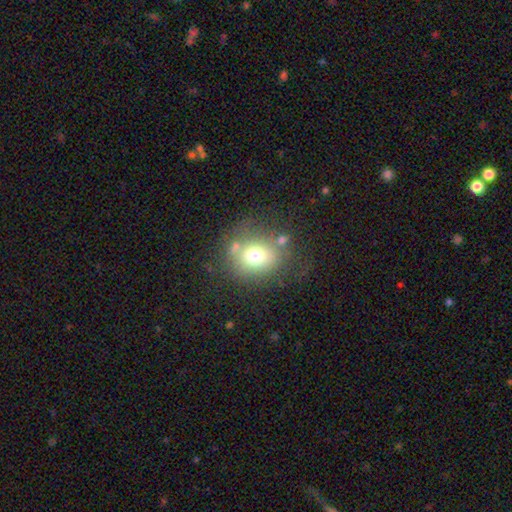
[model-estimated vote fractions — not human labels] Smooth or featured?
  - smooth: 69% *
  - featured or disk: 18%
  - star or artifact: 13%
How rounded?
  - round: 70% *
  - in between: 29%
  - cigar-shaped: 1%
Merging?
  - none: 64% *
  - minor disturbance: 18%
  - major disturbance: 9%
  - merger: 9%